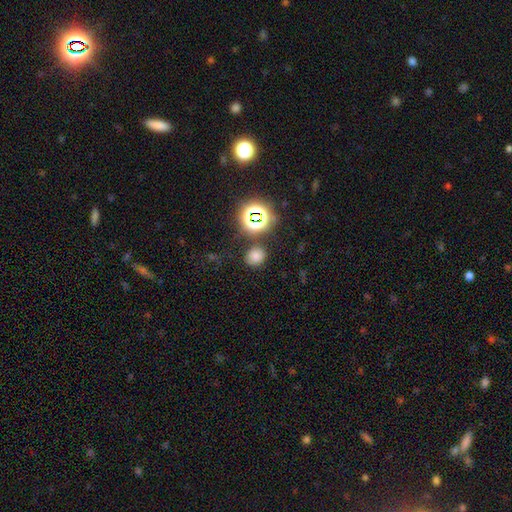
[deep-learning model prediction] Smooth or featured? smooth (70%)
How rounded? round (73%)
Merging? none (82%)